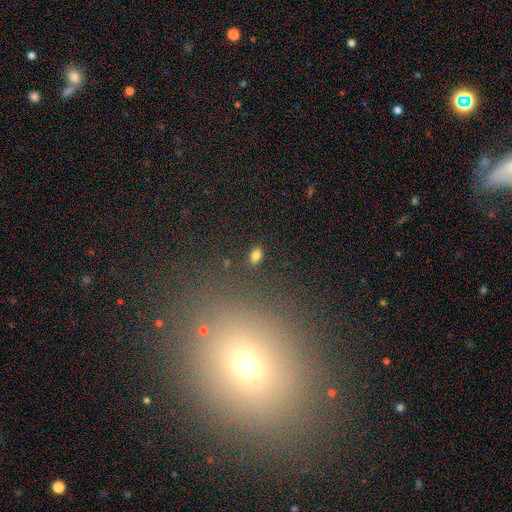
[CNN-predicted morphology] This appears to be a smooth galaxy with no disk features (80%) that is in between round and cigar-shaped (88%). Merging: none (86%).